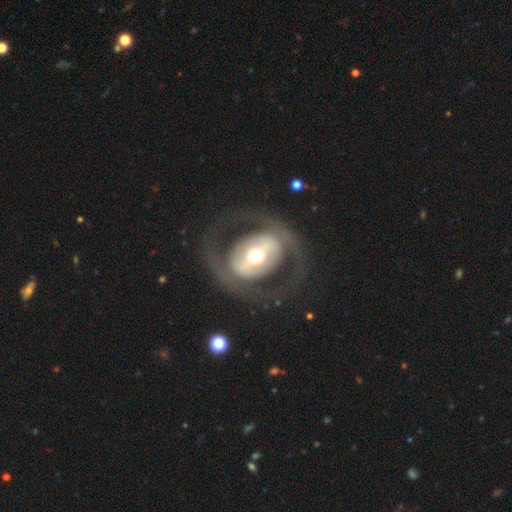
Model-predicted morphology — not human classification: Smooth or featured? featured or disk (70%)
Edge-on disk? no (93%)
Bar? strong (43%)
Spiral arms? no (70%)
Bulge size? moderate (65%)
Merging? none (73%)